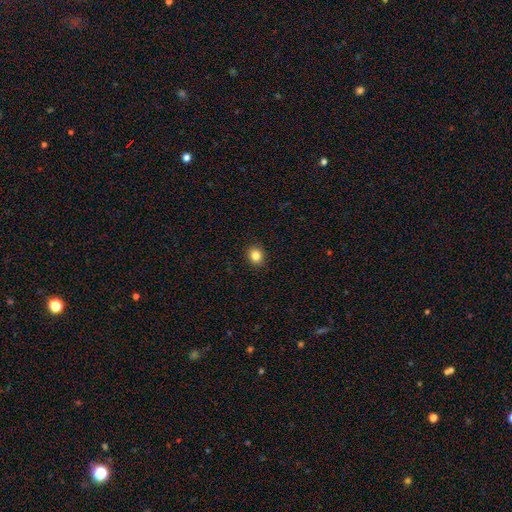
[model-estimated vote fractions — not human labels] smooth-or-featured: smooth: 84% | star or artifact: 11% | featured or disk: 5%
  how-rounded: round: 73% | in between: 26% | cigar-shaped: 1%
  merging: none: 91% | minor disturbance: 6% | major disturbance: 2% | merger: 1%